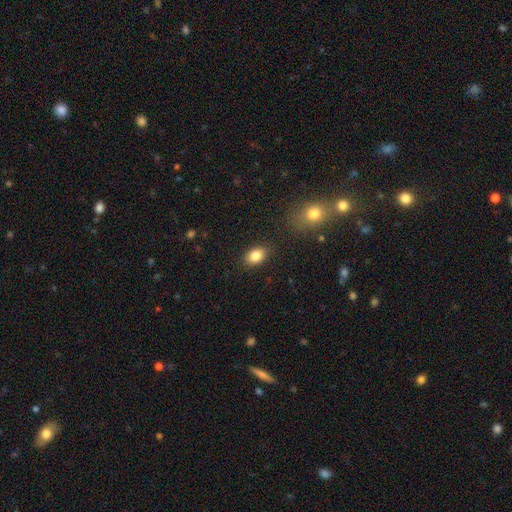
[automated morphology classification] smooth 85%, star or artifact 9%, featured or disk 6%. Down the decision tree: how rounded — in between (82%); merging — none (86%).